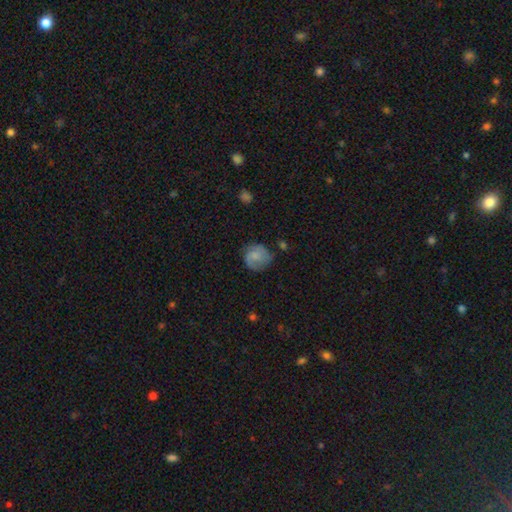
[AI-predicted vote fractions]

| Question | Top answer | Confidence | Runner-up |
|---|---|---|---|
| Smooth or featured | smooth | 46% | tied: featured or disk (46%) |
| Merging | none | 68% | minor disturbance (21%) |